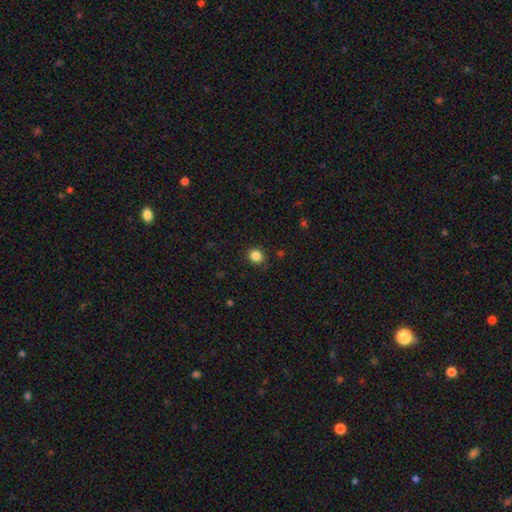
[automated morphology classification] Smooth or featured? smooth (85%)
How rounded? round (79%)
Merging? none (88%)